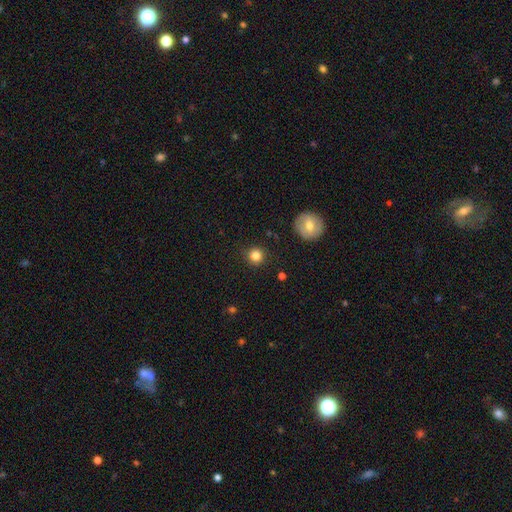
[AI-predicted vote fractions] Overall: smooth (82%). How rounded: round (94%). Merging: none (90%).